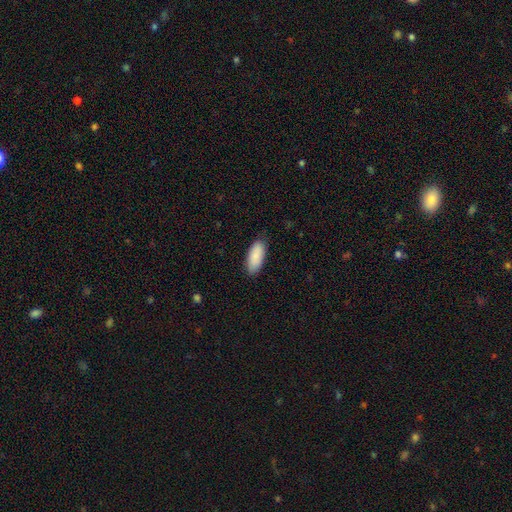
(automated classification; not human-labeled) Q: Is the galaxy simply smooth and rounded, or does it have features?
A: smooth — 89%.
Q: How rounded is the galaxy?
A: in between — 85%.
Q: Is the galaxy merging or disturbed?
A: none — 85%.